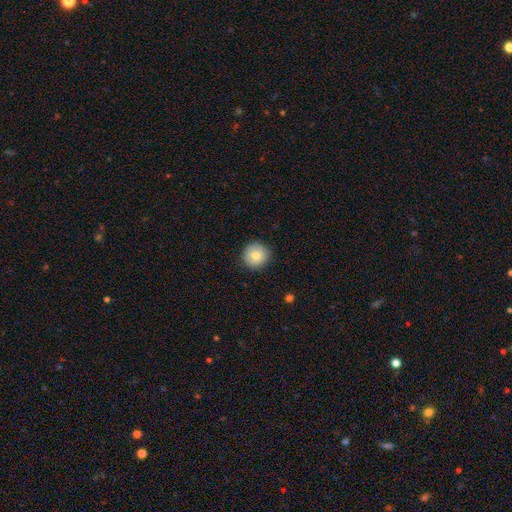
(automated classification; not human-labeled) smooth-or-featured: smooth: 78% | featured or disk: 14% | star or artifact: 8%
  how-rounded: round: 93% | in between: 6% | cigar-shaped: 1%
  merging: none: 86% | minor disturbance: 11% | major disturbance: 2% | merger: 1%